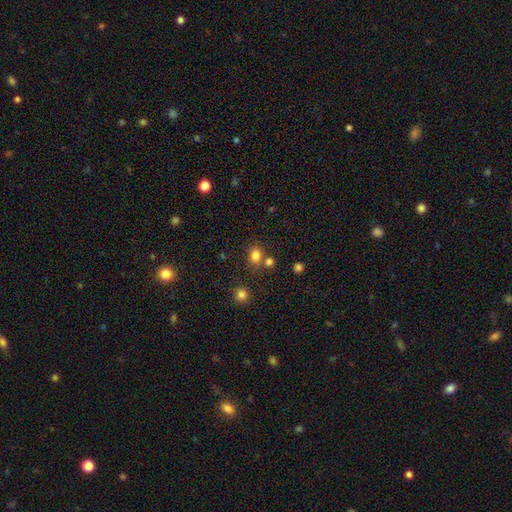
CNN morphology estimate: Smooth or featured?
  - smooth: 80% *
  - star or artifact: 14%
  - featured or disk: 6%
How rounded?
  - in between: 53% *
  - round: 46%
  - cigar-shaped: 1%
Merging?
  - none: 68% *
  - merger: 17%
  - minor disturbance: 12%
  - major disturbance: 4%